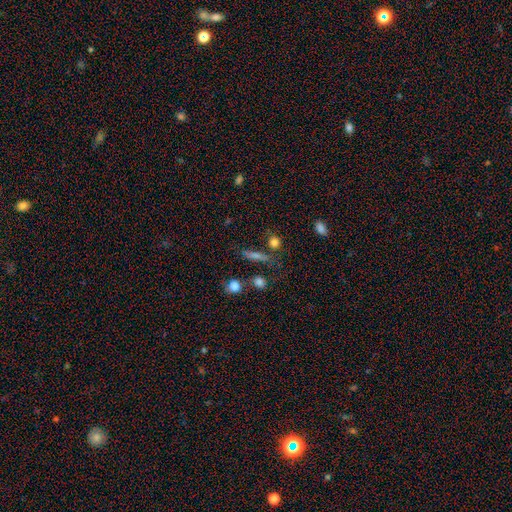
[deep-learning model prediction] This is likely a smooth galaxy (66%). How rounded: possibly cigar-shaped (54%). Merging: likely none (67%).